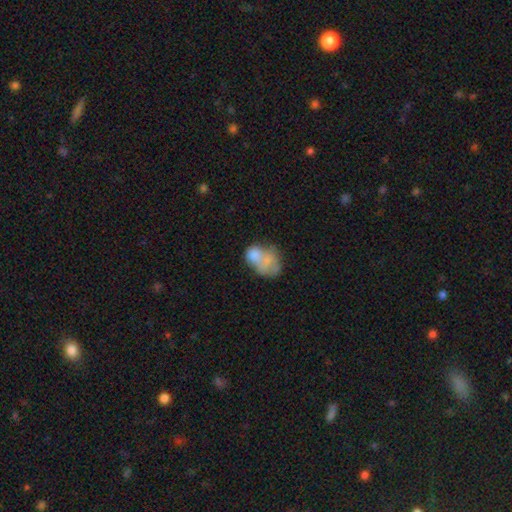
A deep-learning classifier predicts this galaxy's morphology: A smooth galaxy with no disk features (66%) that is in between round and cigar-shaped (68%).

Vote fractions:
- Smooth or featured? smooth: 66% / featured or disk: 25% / star or artifact: 9%
- How rounded? in between: 68% / round: 31% / cigar-shaped: 1%
- Merging? merger: 53% / none: 20% / minor disturbance: 14% / major disturbance: 13%